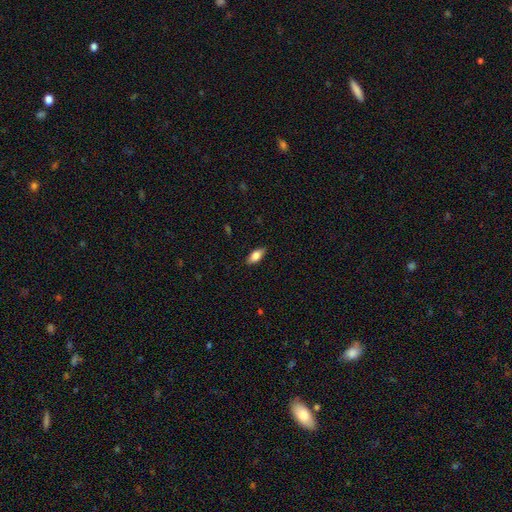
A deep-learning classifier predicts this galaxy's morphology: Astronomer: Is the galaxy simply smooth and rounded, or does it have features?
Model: smooth — 75%.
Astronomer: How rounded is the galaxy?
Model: in between — 83%.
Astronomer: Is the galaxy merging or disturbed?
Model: none — 85%.